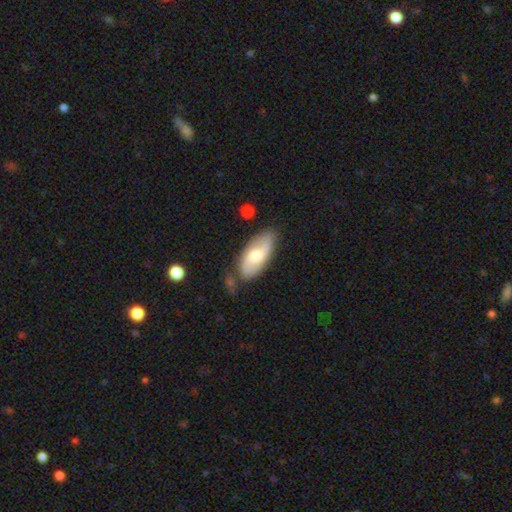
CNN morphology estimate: Smooth or featured? featured or disk (51%)
Edge-on disk? no (88%)
Merging? none (72%)